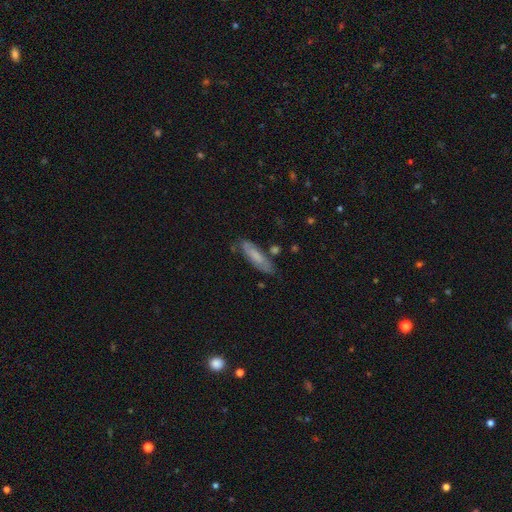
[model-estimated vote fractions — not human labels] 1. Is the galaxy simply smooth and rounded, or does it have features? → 66% smooth, 27% featured or disk, 7% star or artifact.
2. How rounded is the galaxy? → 65% cigar-shaped, 33% in between, 2% round.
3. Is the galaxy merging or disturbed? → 73% none, 18% minor disturbance, 5% merger, 4% major disturbance.